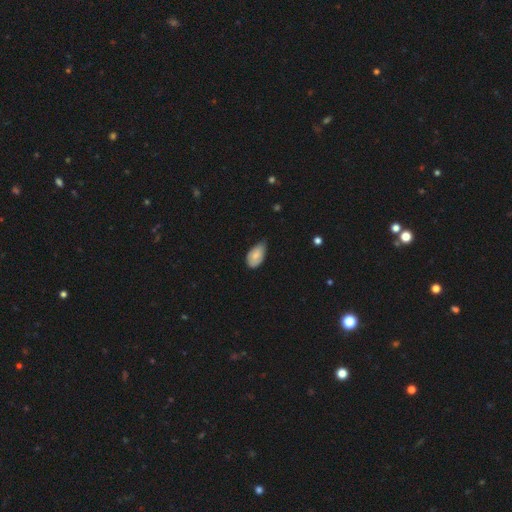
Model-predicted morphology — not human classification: Smooth or featured? smooth (76%)
How rounded? in between (93%)
Merging? minor disturbance (49%)